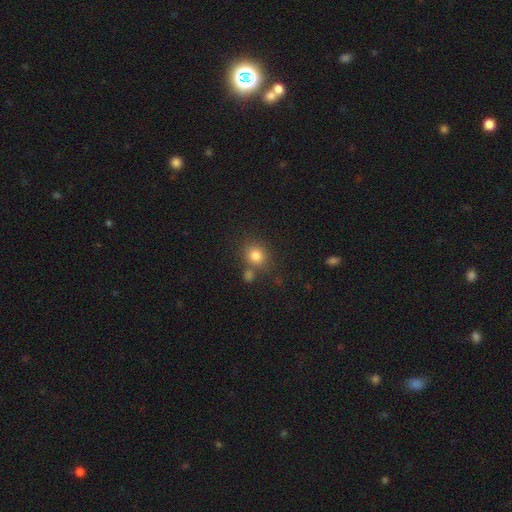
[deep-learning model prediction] This is clearly a smooth galaxy (81%). How rounded: clearly round (82%). Merging: likely none (67%).